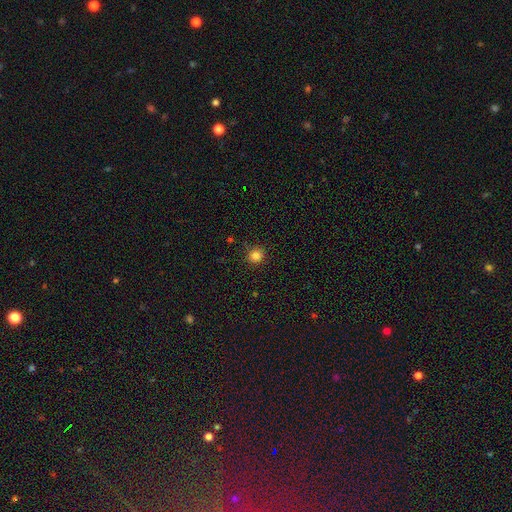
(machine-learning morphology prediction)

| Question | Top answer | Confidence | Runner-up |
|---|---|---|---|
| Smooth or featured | smooth | 83% | star or artifact (13%) |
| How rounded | round | 93% | in between (6%) |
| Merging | none | 89% | minor disturbance (7%) |